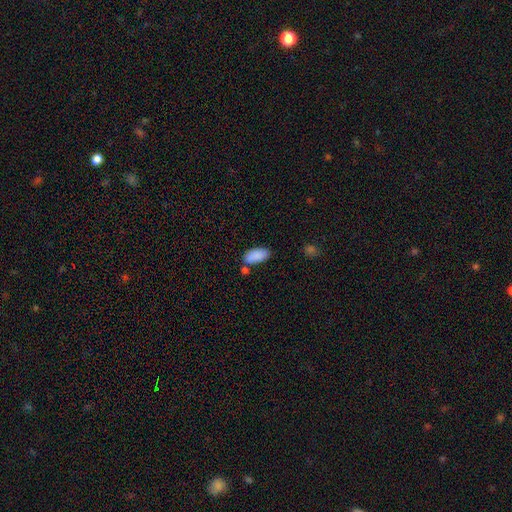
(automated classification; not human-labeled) Smooth or featured? smooth (89%)
How rounded? in between (92%)
Merging? none (69%)